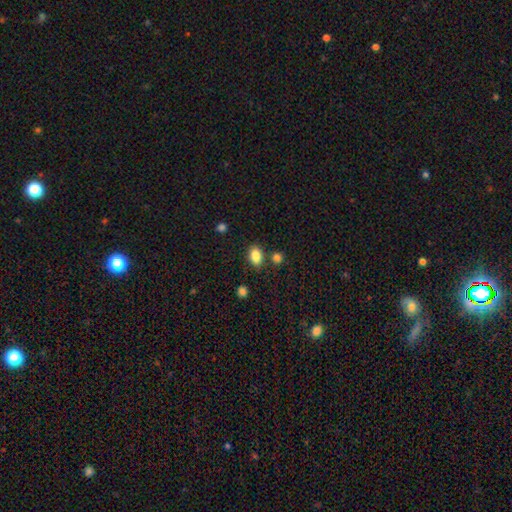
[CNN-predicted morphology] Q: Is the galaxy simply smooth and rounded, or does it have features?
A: smooth — 86%.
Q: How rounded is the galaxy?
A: in between — 77%.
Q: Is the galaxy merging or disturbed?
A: none — 77%.